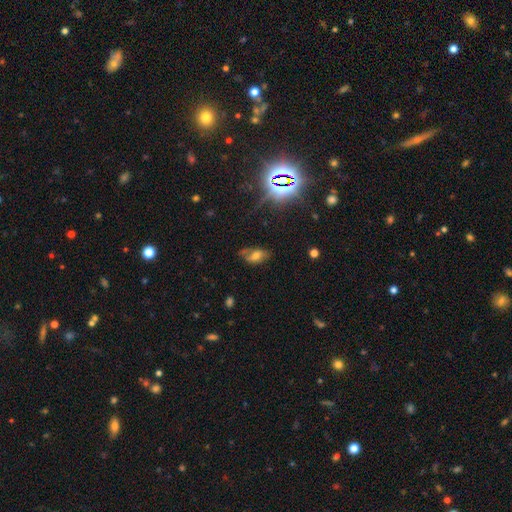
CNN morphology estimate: type=smooth (57%); roundness=in between (90%); merging=none (53%).